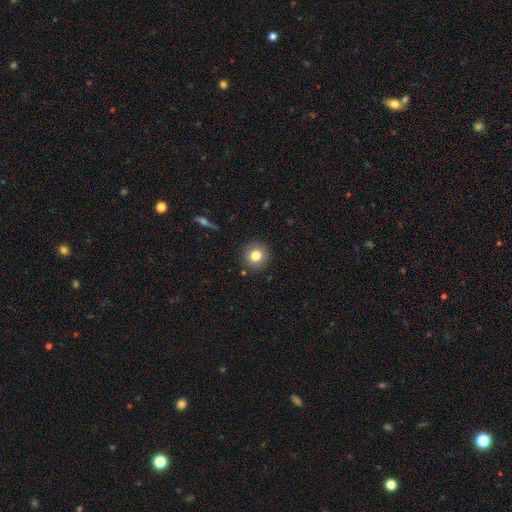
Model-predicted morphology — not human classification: Smooth or featured? smooth (79%)
How rounded? round (94%)
Merging? none (90%)